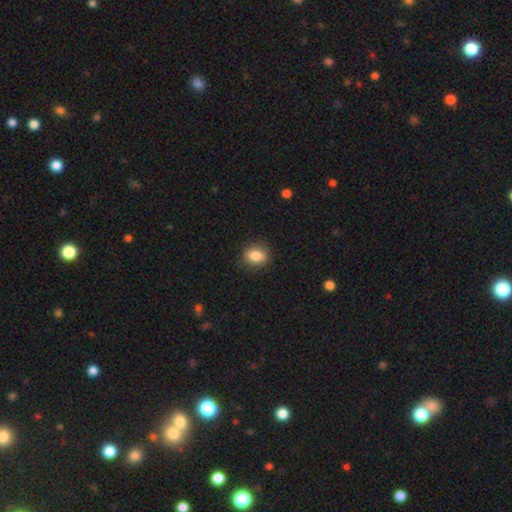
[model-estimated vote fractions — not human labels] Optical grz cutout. It shows a smooth galaxy with no disk features (84%) that is in between round and cigar-shaped (60%). Merging: none (85%).